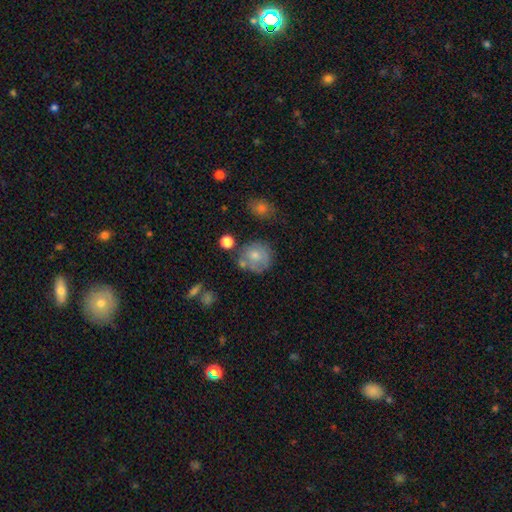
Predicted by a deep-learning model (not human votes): smooth_or_featured: smooth (p=0.69) [alt: featured or disk p=0.23]
how_rounded: round (p=0.86) [alt: in between p=0.13]
merging: none (p=0.57) [alt: minor disturbance p=0.21]